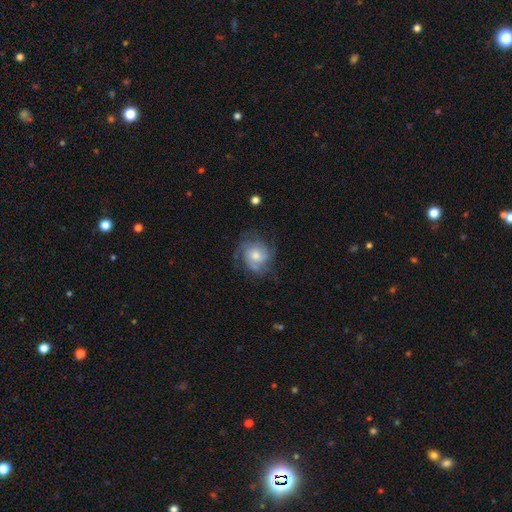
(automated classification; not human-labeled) Q: Smooth or featured?
A: featured or disk (68%); runner-up: smooth (25%)
Q: Edge-on disk?
A: no (98%); runner-up: yes (2%)
Q: Bar?
A: no (76%); runner-up: weak (21%)
Q: Spiral arms?
A: yes (88%); runner-up: no (12%)
Q: Spiral winding?
A: tight (47%); runner-up: medium (38%)
Q: Spiral arm count?
A: can't tell (35%); runner-up: 3 (26%)
Q: Bulge size?
A: moderate (57%); runner-up: small (26%)
Q: Merging?
A: none (62%); runner-up: minor disturbance (21%)